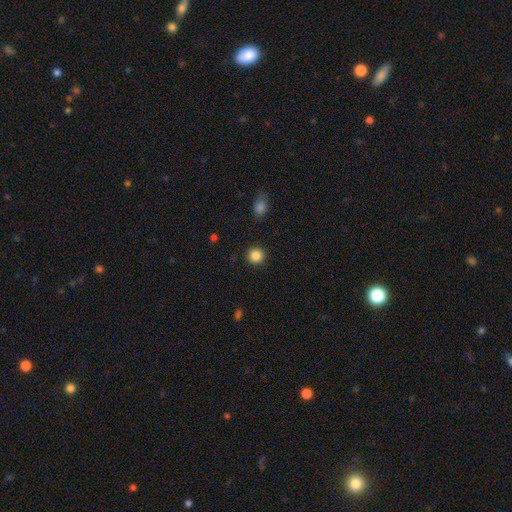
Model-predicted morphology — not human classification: Q: Smooth or featured?
A: smooth (86%); runner-up: star or artifact (10%)
Q: How rounded?
A: round (94%); runner-up: in between (5%)
Q: Merging?
A: none (92%); runner-up: minor disturbance (5%)